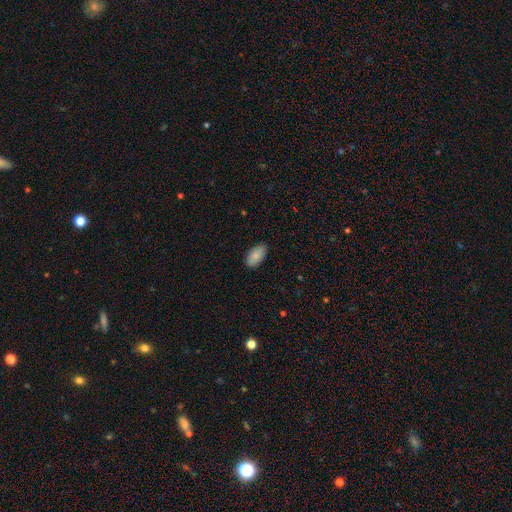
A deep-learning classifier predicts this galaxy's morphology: Overall: smooth (86%). How rounded: in between (94%). Merging: none (87%).